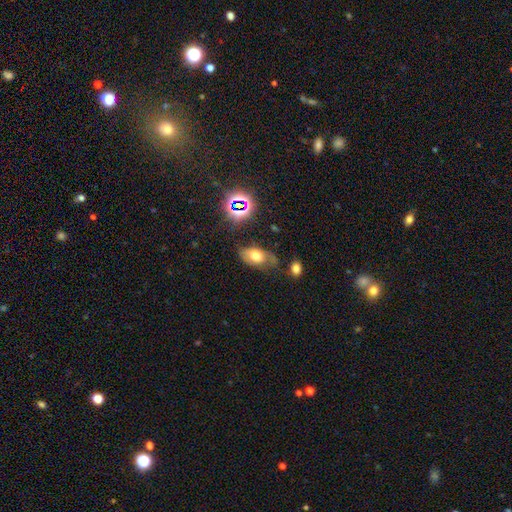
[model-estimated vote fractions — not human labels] This appears to be a smooth galaxy with no disk features (57%) that is in between round and cigar-shaped (88%). Merging: none (56%).